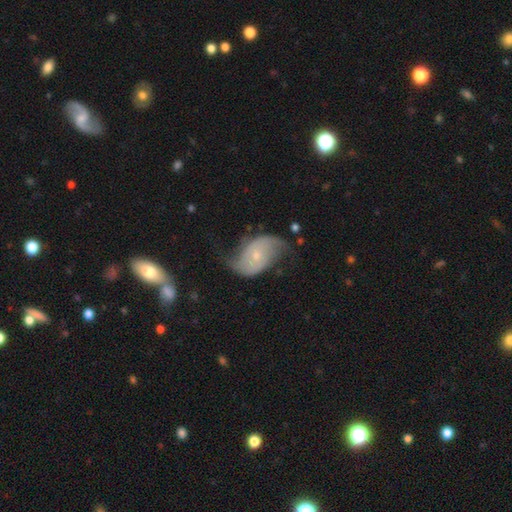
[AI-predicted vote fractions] Smooth or featured?
  - featured or disk: 76% *
  - smooth: 18%
  - star or artifact: 6%
Edge-on disk?
  - no: 97% *
  - yes: 3%
Bar?
  - no: 67% *
  - weak: 26%
  - strong: 6%
Spiral arms?
  - yes: 92% *
  - no: 8%
Spiral winding?
  - loose: 51% *
  - medium: 34%
  - tight: 15%
Spiral arm count?
  - 2: 87% *
  - can't tell: 7%
  - 1: 2%
  - 3: 2%
  - 4: 1%
  - more than 4: 1%
Bulge size?
  - small: 71% *
  - moderate: 24%
  - none: 3%
  - large: 2%
  - dominant: 1%
Merging?
  - none: 56% *
  - minor disturbance: 26%
  - major disturbance: 16%
  - merger: 2%